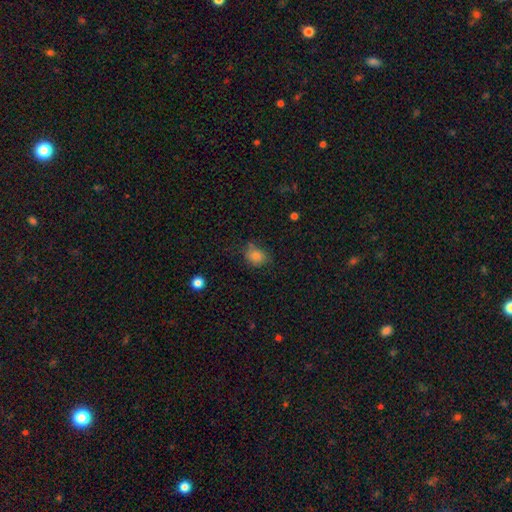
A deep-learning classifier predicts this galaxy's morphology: Smooth or featured? smooth (78%)
How rounded? round (58%)
Merging? none (66%)